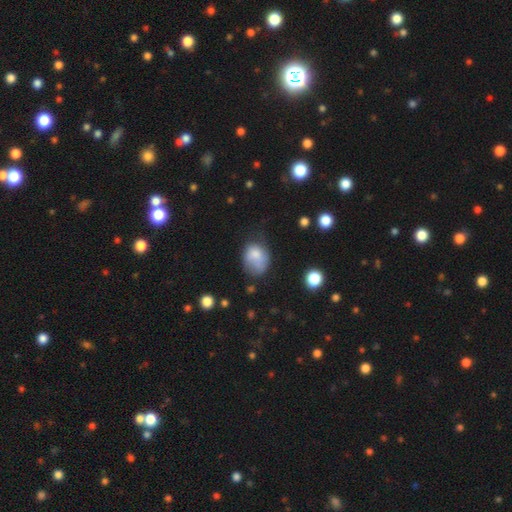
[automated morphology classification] smooth 70%, featured or disk 20%, star or artifact 10%. Down the decision tree: how rounded — in between (62%); merging — none (35%).